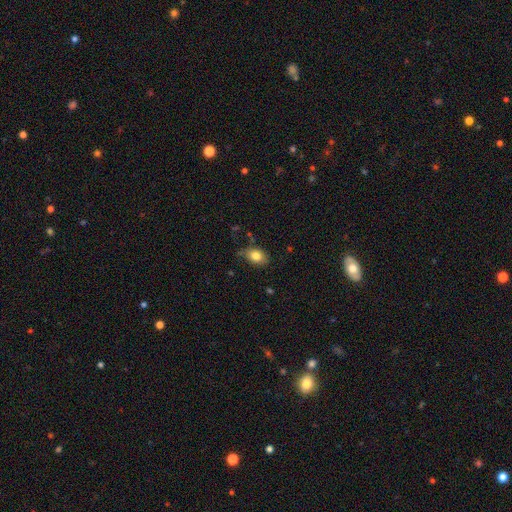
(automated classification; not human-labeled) smooth 81%, featured or disk 9%, star or artifact 9%. Down the decision tree: how rounded — in between (73%); merging — none (70%).